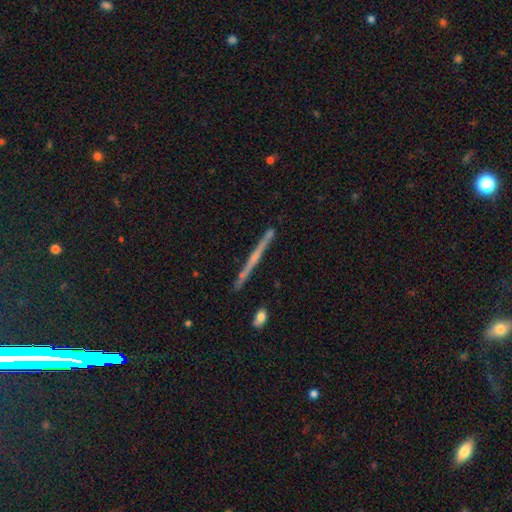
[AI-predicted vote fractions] Smooth or featured: featured or disk — 70% (smooth — 23%)
Edge-on disk: yes — 98% (no — 2%)
Edge-on bulge: none — 61% (rounded — 31%)
Merging: none — 89% (minor disturbance — 7%)